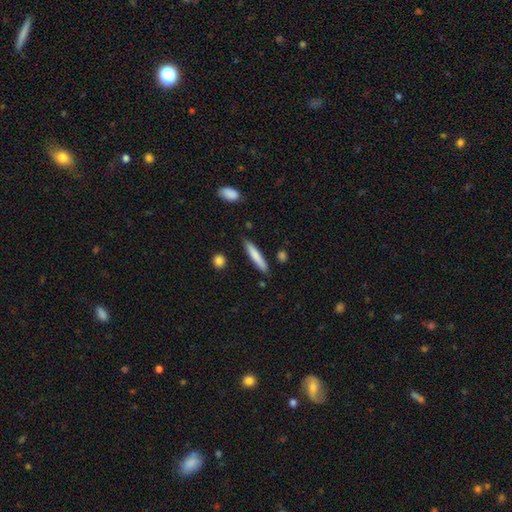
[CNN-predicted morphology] Smooth or featured: smooth — 76% (featured or disk — 18%)
How rounded: cigar-shaped — 92% (in between — 7%)
Merging: none — 85% (minor disturbance — 10%)